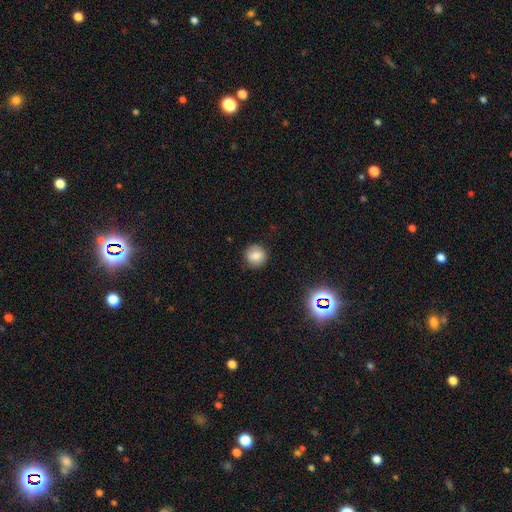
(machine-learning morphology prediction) Overall: smooth (79%). How rounded: round (92%). Merging: none (88%).